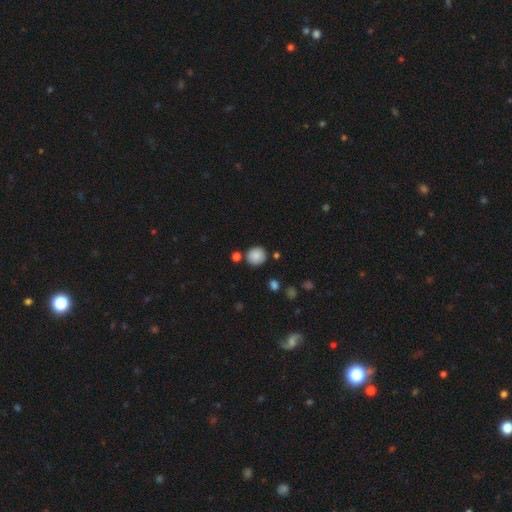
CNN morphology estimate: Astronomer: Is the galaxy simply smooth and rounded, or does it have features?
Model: smooth — 87%.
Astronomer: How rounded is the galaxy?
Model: round — 91%.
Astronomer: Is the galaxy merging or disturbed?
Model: none — 82%.